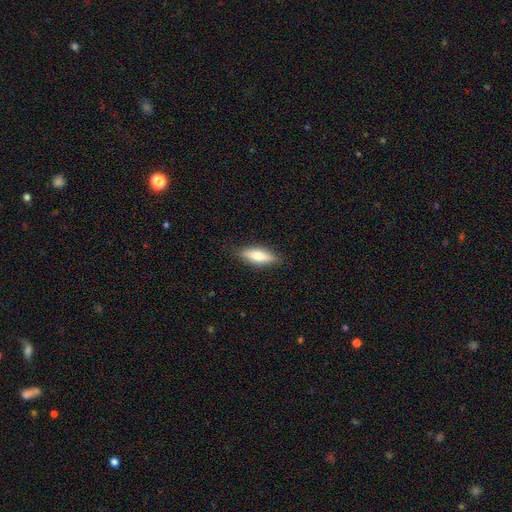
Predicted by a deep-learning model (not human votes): Smooth or featured?
  - smooth: 67% *
  - featured or disk: 27%
  - star or artifact: 6%
How rounded?
  - in between: 54% *
  - cigar-shaped: 43%
  - round: 2%
Merging?
  - none: 86% *
  - minor disturbance: 11%
  - major disturbance: 2%
  - merger: 1%